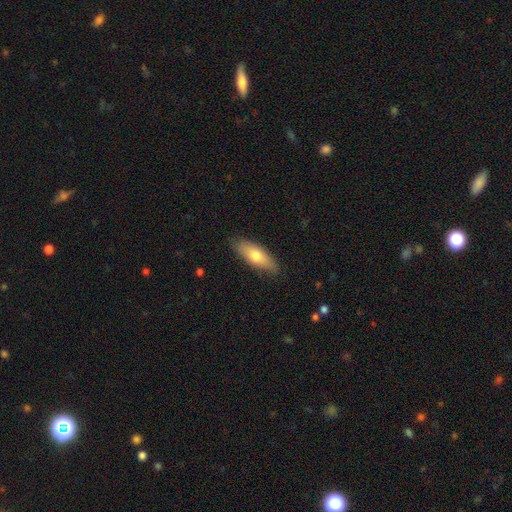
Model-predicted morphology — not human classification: The model was most divided on "how rounded": in between: 65%, cigar-shaped: 33%, round: 3%. More confident: merging — none (84%); smooth or featured — smooth (69%).